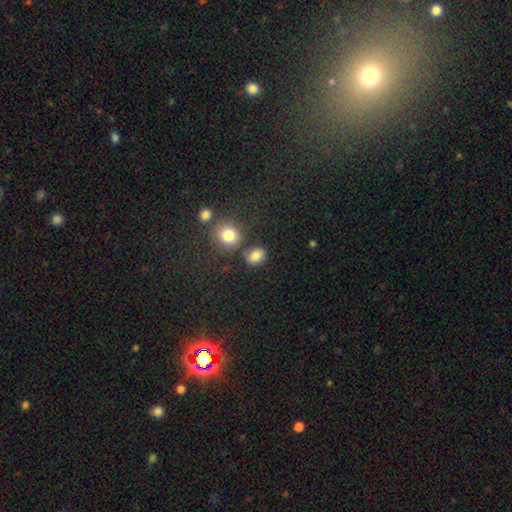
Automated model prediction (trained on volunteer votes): smooth-or-featured: smooth: 80% | star or artifact: 13% | featured or disk: 7%
  how-rounded: round: 60% | in between: 39% | cigar-shaped: 1%
  merging: none: 71% | minor disturbance: 14% | merger: 11% | major disturbance: 5%